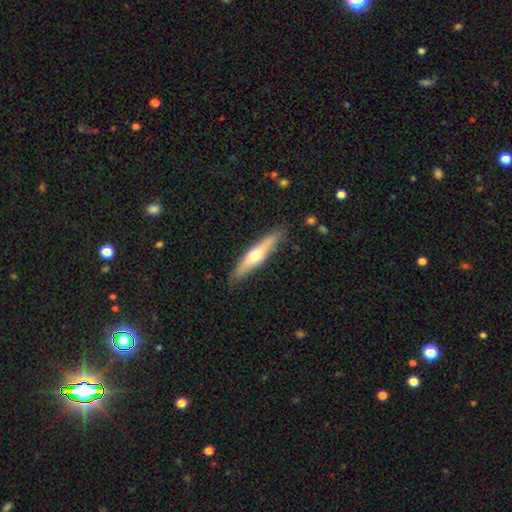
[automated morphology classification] A featured or disk galaxy (48%). Merging: none (87%).